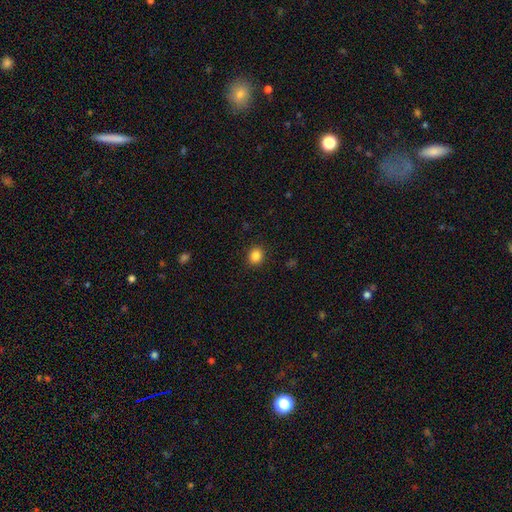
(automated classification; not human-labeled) A smooth galaxy with no disk features (86%) that is round (70%).

Vote fractions:
- Smooth or featured? smooth: 86% / star or artifact: 11% / featured or disk: 4%
- How rounded? round: 70% / in between: 29% / cigar-shaped: 1%
- Merging? none: 90% / minor disturbance: 7% / major disturbance: 2% / merger: 1%